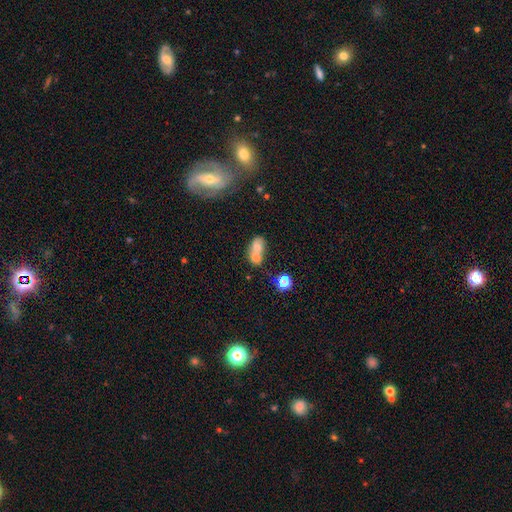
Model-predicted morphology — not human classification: Smooth or featured?
  - smooth: 57% *
  - featured or disk: 29%
  - star or artifact: 14%
How rounded?
  - in between: 63% *
  - round: 31%
  - cigar-shaped: 6%
Merging?
  - merger: 64% *
  - none: 22%
  - minor disturbance: 8%
  - major disturbance: 6%